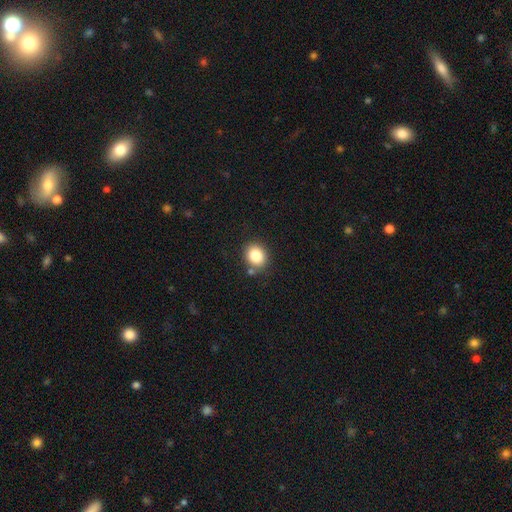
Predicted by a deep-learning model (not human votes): A smooth galaxy with no disk features (83%) that is round (69%). Merging: none (79%).